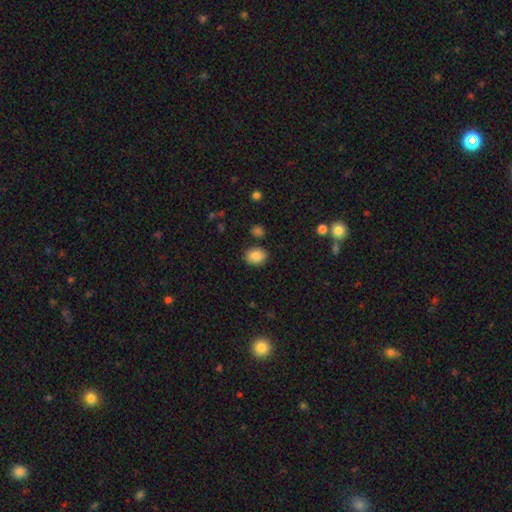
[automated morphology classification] This is clearly a smooth galaxy (86%). How rounded: possibly in between (56%). Merging: clearly none (85%).